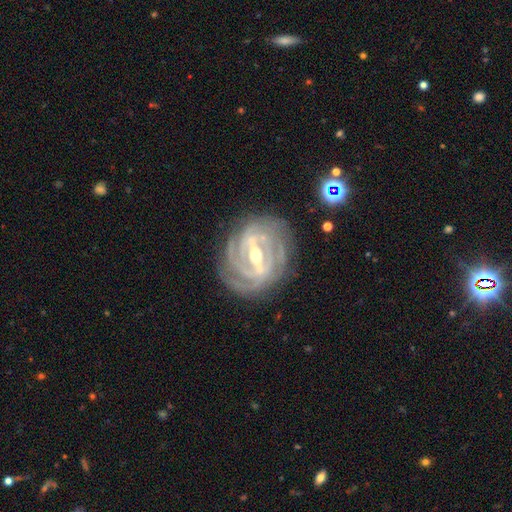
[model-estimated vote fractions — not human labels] Morphology: type=featured or disk (92%); edge-on=no (95%); bar=strong (73%); spiral arms=yes (97%); winding=tight (78%); arm count=4 (29%); bulge=moderate (60%); merging=none (80%).